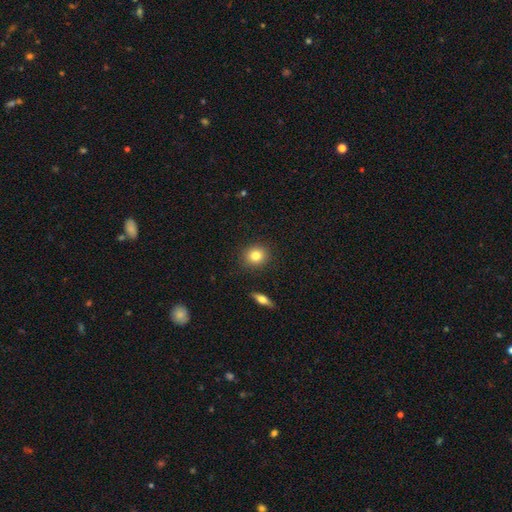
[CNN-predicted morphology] A smooth galaxy with no disk features (82%) that is round (83%). Merging: none (89%).